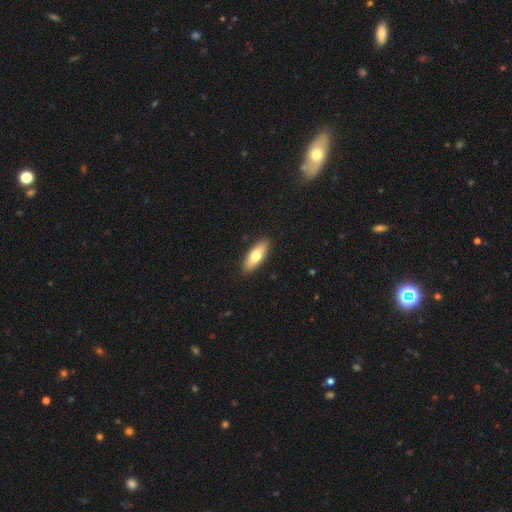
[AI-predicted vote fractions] Morphology: type=smooth (71%); roundness=in between (72%); merging=none (90%).